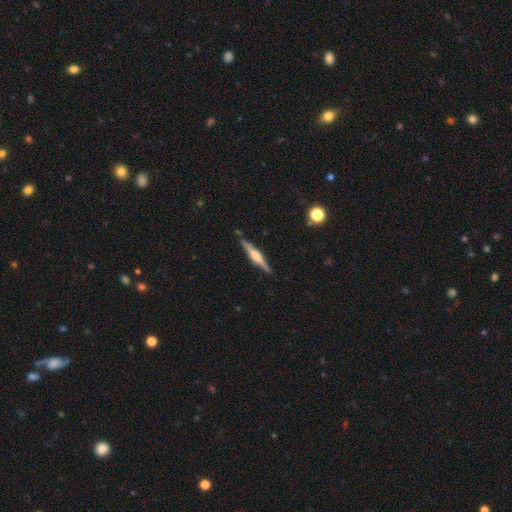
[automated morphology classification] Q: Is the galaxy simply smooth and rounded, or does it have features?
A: featured or disk — 73%.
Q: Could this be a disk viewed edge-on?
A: yes — 98%.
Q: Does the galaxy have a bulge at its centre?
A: rounded — 79%.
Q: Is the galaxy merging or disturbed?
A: none — 88%.